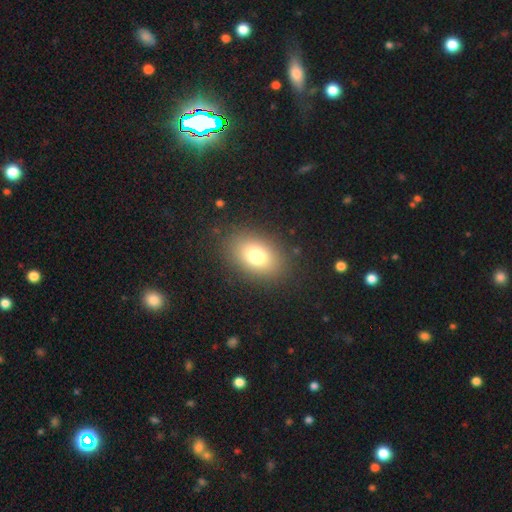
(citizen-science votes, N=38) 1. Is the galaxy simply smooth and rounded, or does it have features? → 79% smooth, 13% featured or disk, 8% star or artifact.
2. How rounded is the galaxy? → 77% in between, 23% round, 0% cigar-shaped.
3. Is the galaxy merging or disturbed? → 89% none, 9% major disturbance, 3% minor disturbance, 0% merger.